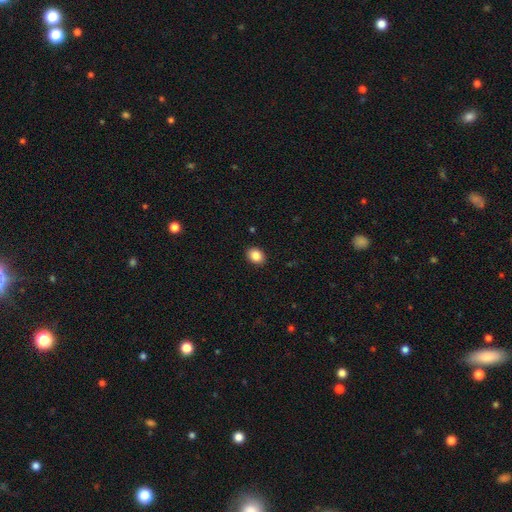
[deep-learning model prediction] smooth-or-featured: smooth: 86% | star or artifact: 9% | featured or disk: 5%
  how-rounded: in between: 58% | round: 41% | cigar-shaped: 1%
  merging: none: 90% | minor disturbance: 7% | major disturbance: 2% | merger: 1%